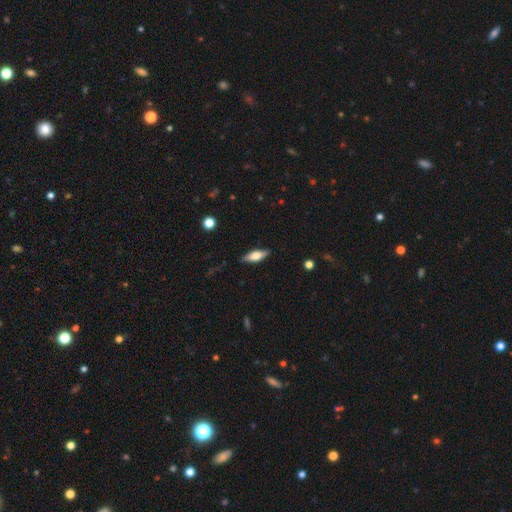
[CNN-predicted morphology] Smooth or featured? Predicted: smooth (p=0.59). How rounded? Predicted: in between (p=0.59). Merging? Predicted: none (p=0.86).